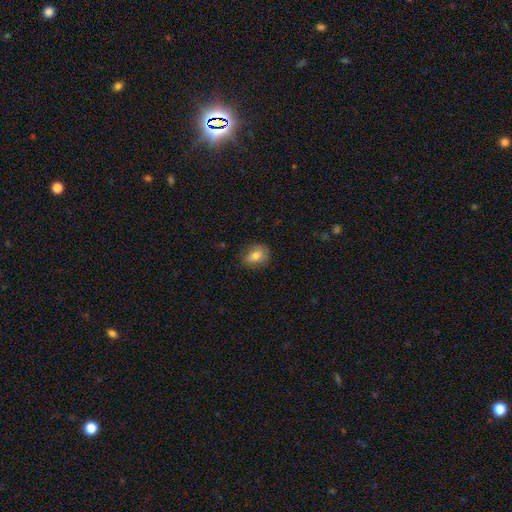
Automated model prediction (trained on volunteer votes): Smooth or featured? Predicted: smooth (p=0.73). How rounded? Predicted: in between (p=0.55). Merging? Predicted: none (p=0.78).